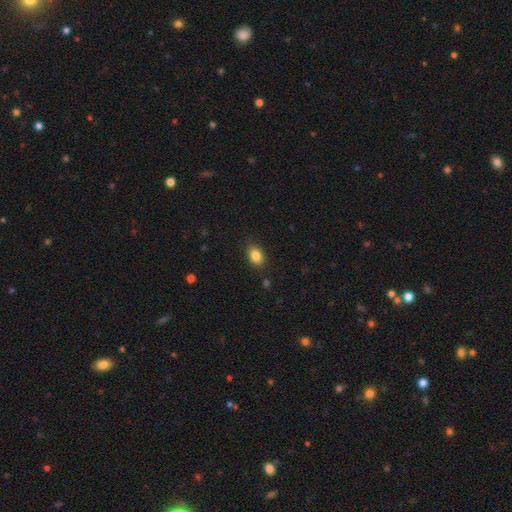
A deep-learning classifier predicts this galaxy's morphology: smooth-or-featured: smooth: 84% | star or artifact: 9% | featured or disk: 7%
  how-rounded: in between: 74% | round: 24% | cigar-shaped: 1%
  merging: none: 86% | minor disturbance: 10% | major disturbance: 2% | merger: 1%